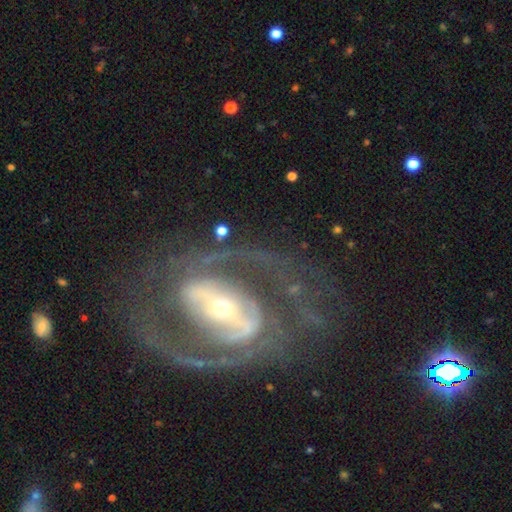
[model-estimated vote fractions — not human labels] This appears to be a featured or disk galaxy (88%) with a strong bar (54%), 2 (84%) medium (51%) spiral arms (90%) and a small central bulge (53%). Merging: none (68%).